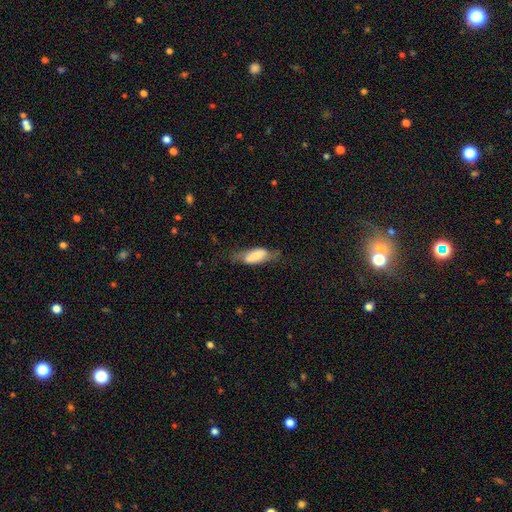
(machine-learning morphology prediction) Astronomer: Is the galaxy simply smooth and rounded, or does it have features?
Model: smooth — 55% (runner-up: featured or disk, 38%).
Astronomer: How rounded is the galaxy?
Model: in between — 73%.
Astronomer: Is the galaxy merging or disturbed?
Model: none — 57%.